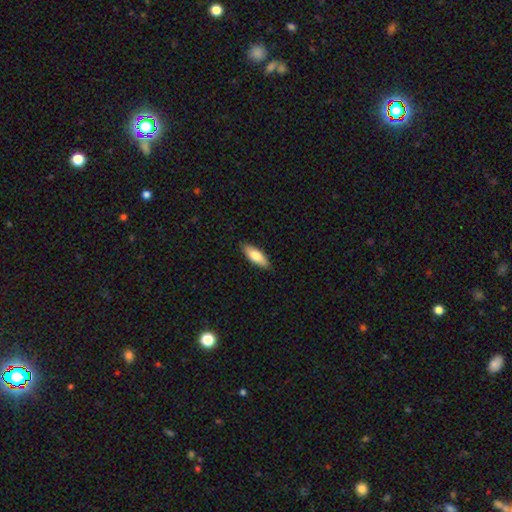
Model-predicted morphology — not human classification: type=smooth (77%); roundness=in between (66%); merging=none (88%).